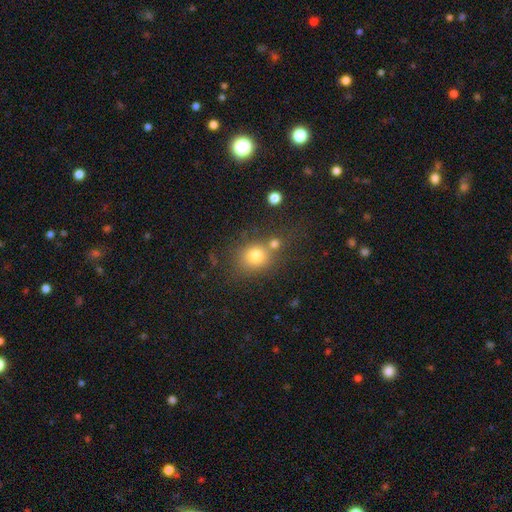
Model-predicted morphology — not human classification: A smooth galaxy with no disk features (76%) that is round (73%).

Vote fractions:
- Smooth or featured? smooth: 76% / star or artifact: 14% / featured or disk: 10%
- How rounded? round: 73% / in between: 26% / cigar-shaped: 1%
- Merging? none: 59% / merger: 24% / minor disturbance: 12% / major disturbance: 5%